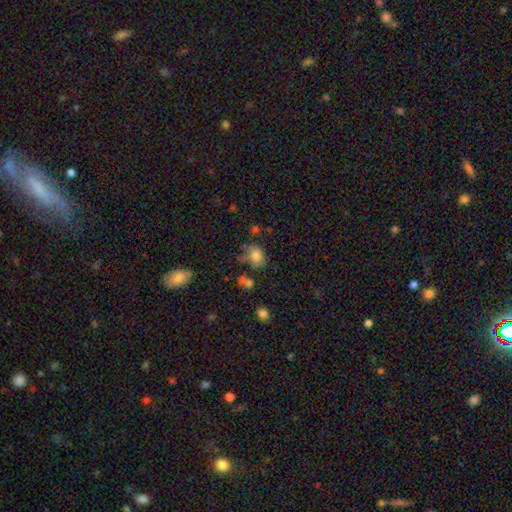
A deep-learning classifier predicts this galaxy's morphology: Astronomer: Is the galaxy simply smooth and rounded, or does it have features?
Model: smooth — 78%.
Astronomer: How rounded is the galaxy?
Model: in between — 53% (runner-up: round, 46%).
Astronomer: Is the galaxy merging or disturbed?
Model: none — 50% (runner-up: minor disturbance, 25%).